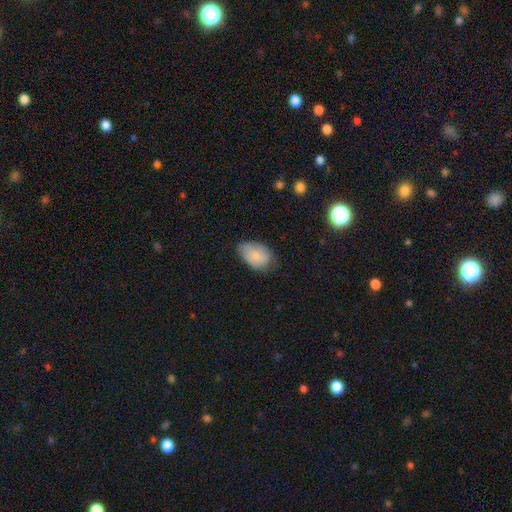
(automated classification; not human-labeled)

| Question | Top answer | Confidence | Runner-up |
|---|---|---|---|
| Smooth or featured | smooth | 81% | featured or disk (12%) |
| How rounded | in between | 89% | round (10%) |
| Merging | none | 67% | minor disturbance (27%) |